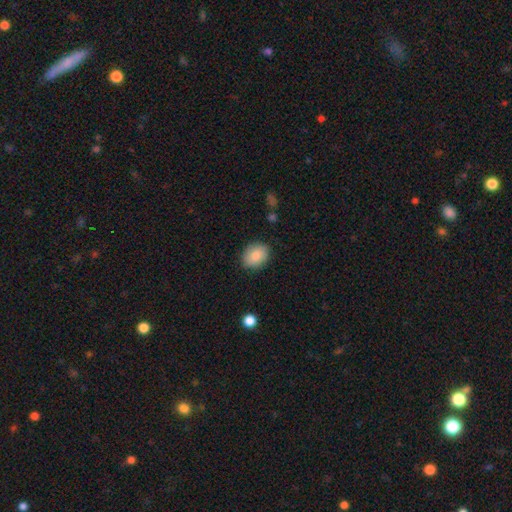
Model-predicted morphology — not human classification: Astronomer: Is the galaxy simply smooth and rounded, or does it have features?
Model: smooth — 86%.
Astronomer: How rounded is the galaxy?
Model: in between — 61% (runner-up: round, 38%).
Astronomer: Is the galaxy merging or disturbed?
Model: none — 85%.